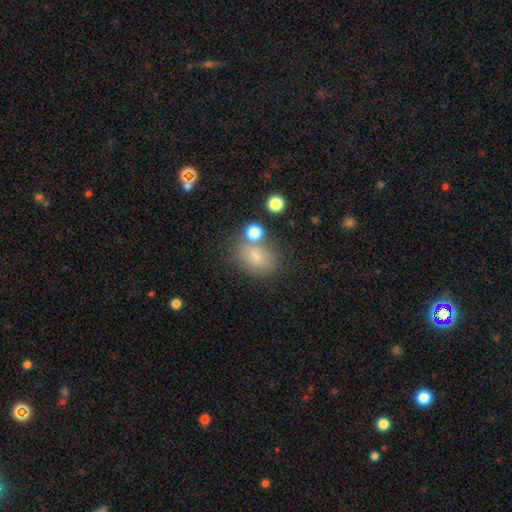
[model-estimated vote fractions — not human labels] The model was most divided on "how rounded": in between: 63%, round: 36%, cigar-shaped: 1%. More confident: smooth or featured — smooth (77%); merging — none (58%).